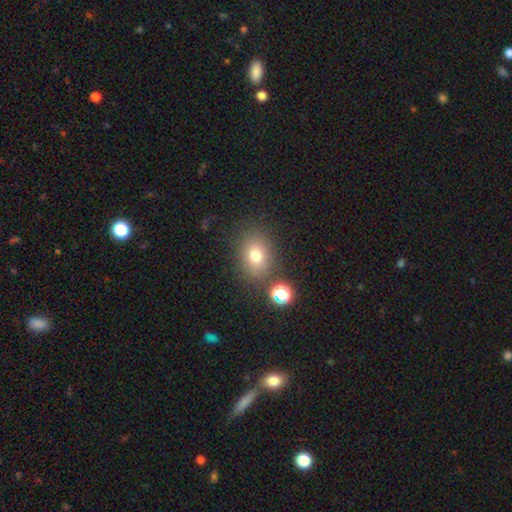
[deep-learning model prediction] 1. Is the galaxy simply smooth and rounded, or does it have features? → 74% smooth, 15% star or artifact, 11% featured or disk.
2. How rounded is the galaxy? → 50% in between, 49% round, 1% cigar-shaped.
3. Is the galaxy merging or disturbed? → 77% none, 12% minor disturbance, 6% merger, 5% major disturbance.